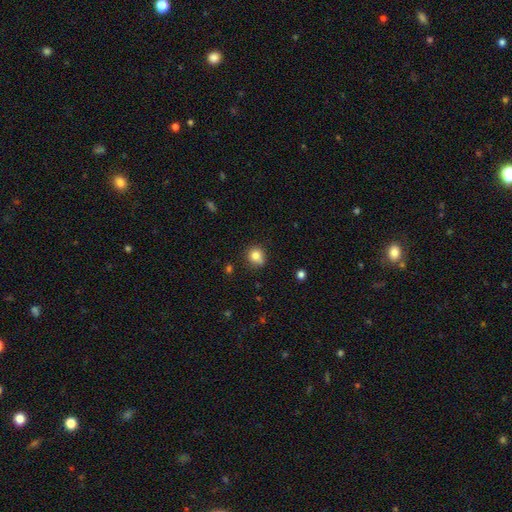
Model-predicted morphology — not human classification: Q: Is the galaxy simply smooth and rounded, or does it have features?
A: smooth — 82%.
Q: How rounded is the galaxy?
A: round — 84%.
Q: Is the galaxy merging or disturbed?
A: none — 71%.